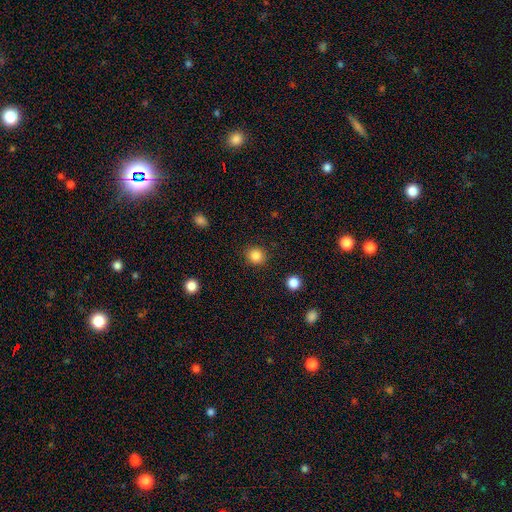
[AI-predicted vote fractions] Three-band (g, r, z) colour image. It shows a smooth galaxy with no disk features (85%) that is round (86%). Merging: none (90%).